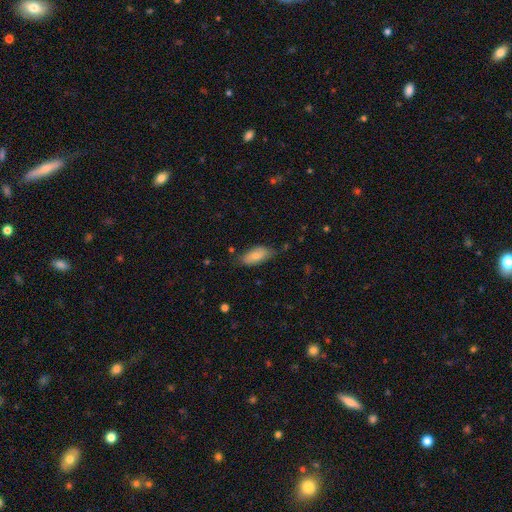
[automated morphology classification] smooth_or_featured: smooth (p=0.80) [alt: featured or disk p=0.14]
how_rounded: in between (p=0.88) [alt: cigar-shaped p=0.10]
merging: none (p=0.69) [alt: minor disturbance p=0.24]